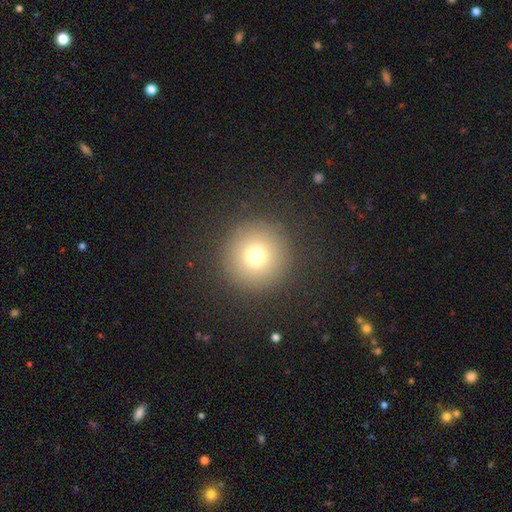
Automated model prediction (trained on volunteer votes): This appears to be a smooth galaxy with no disk features (74%) that is round (96%). Merging: none (90%).